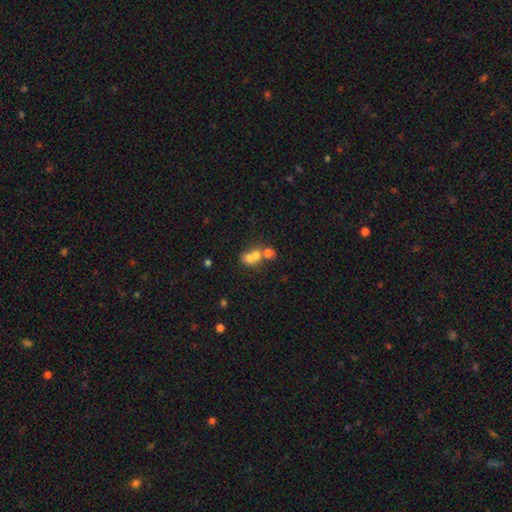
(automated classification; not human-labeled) Smooth or featured? Predicted: smooth (p=0.67). How rounded? Predicted: round (p=0.59). Merging? Predicted: merger (p=0.65).